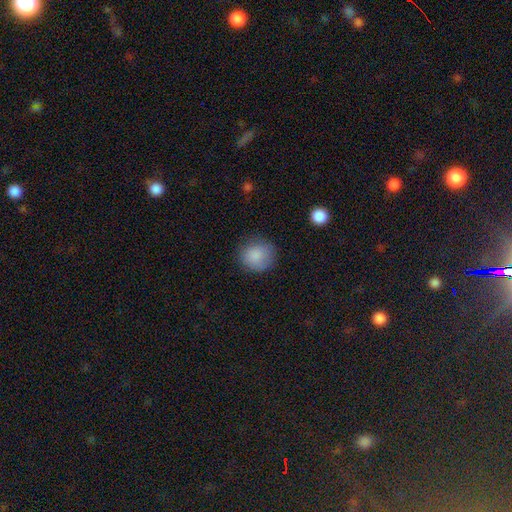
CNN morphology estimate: Smooth or featured: smooth — 87% (star or artifact — 8%)
How rounded: round — 85% (in between — 15%)
Merging: none — 78% (minor disturbance — 16%)